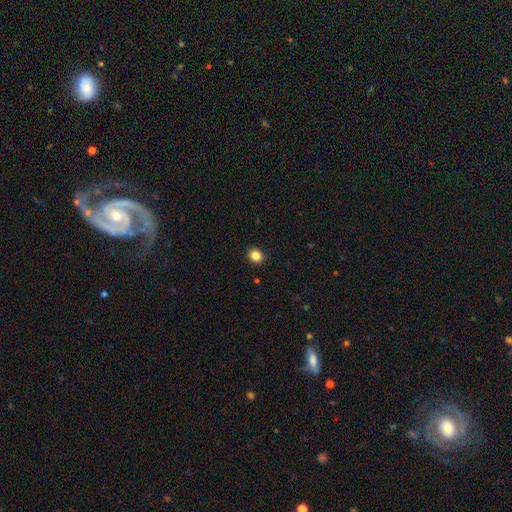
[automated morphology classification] Smooth or featured?
  - smooth: 84% *
  - star or artifact: 11%
  - featured or disk: 4%
How rounded?
  - round: 79% *
  - in between: 20%
  - cigar-shaped: 1%
Merging?
  - none: 92% *
  - minor disturbance: 5%
  - major disturbance: 2%
  - merger: 1%